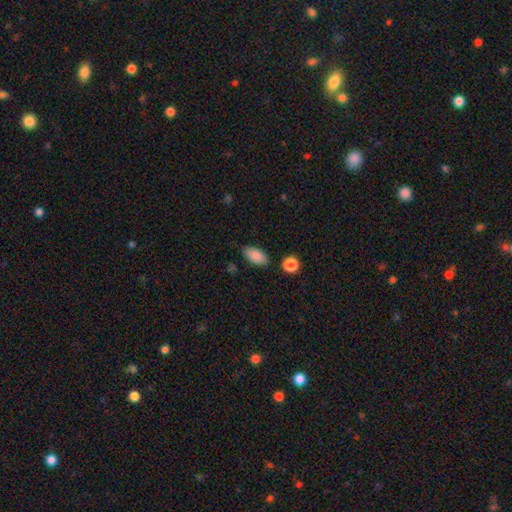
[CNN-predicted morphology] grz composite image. It shows a smooth galaxy with no disk features (88%) that is in between round and cigar-shaped (91%). Merging: none (83%).